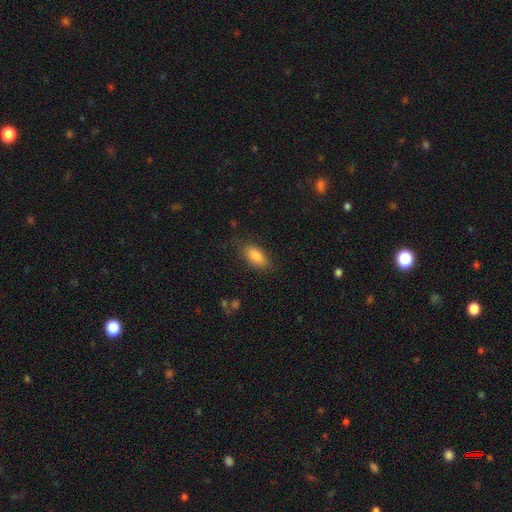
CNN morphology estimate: Smooth or featured? Predicted: smooth (p=0.84). How rounded? Predicted: in between (p=0.88). Merging? Predicted: none (p=0.79).